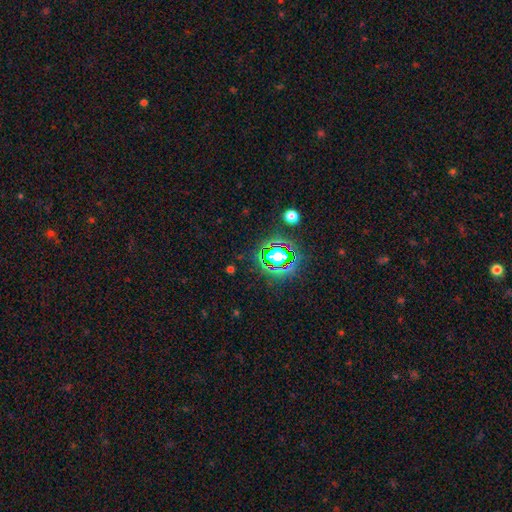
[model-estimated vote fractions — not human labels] A star or artifact, not a galaxy (79%).

Vote fractions:
- Smooth or featured? star or artifact: 79% / smooth: 14% / featured or disk: 8%